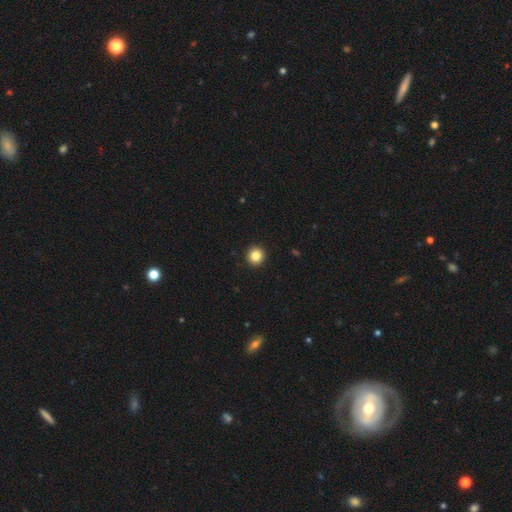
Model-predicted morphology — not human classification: A smooth galaxy with no disk features (85%) that is round (94%). Merging: none (94%).